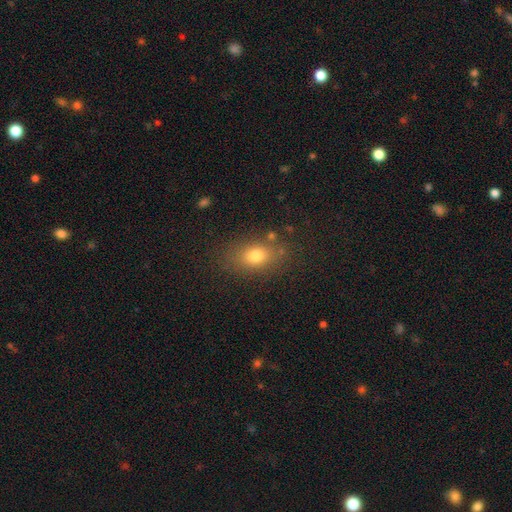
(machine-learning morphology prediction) Overall: smooth (75%). How rounded: in between (74%). Merging: none (81%).